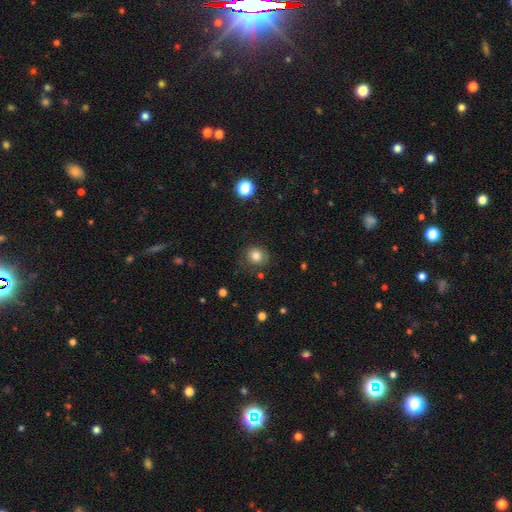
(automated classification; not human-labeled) smooth-or-featured: smooth: 80% | star or artifact: 12% | featured or disk: 8%
  how-rounded: round: 77% | in between: 22% | cigar-shaped: 1%
  merging: none: 81% | minor disturbance: 13% | major disturbance: 4% | merger: 2%